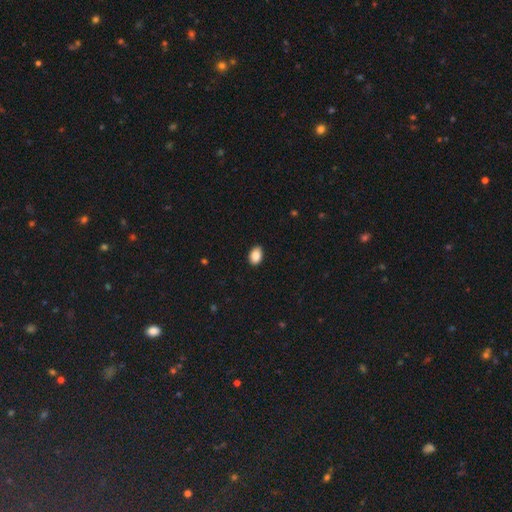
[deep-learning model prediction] smooth-or-featured: smooth: 88% | star or artifact: 8% | featured or disk: 4%
  how-rounded: in between: 86% | round: 13% | cigar-shaped: 1%
  merging: none: 90% | minor disturbance: 8% | major disturbance: 2% | merger: 1%